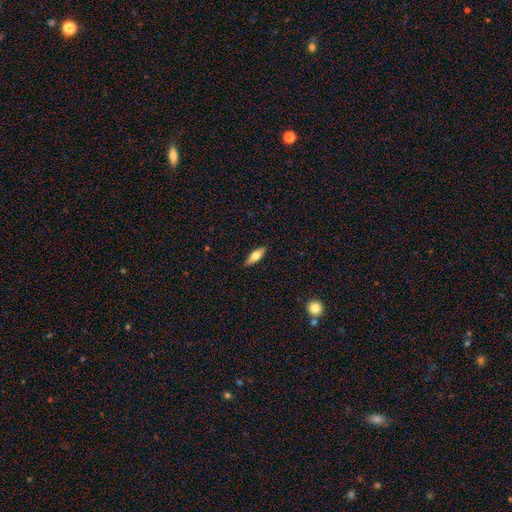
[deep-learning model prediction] Smooth or featured?
  - smooth: 60% *
  - featured or disk: 34%
  - star or artifact: 6%
How rounded?
  - in between: 57% *
  - cigar-shaped: 40%
  - round: 3%
Merging?
  - none: 89% *
  - minor disturbance: 8%
  - major disturbance: 2%
  - merger: 1%